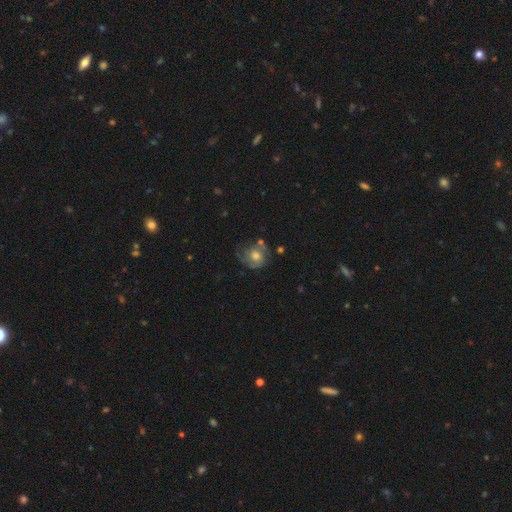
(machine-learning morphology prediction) The model was most divided on "smooth or featured": featured or disk: 51%, smooth: 40%, star or artifact: 9%. More confident: edge-on disk — no (97%); merging — none (54%).